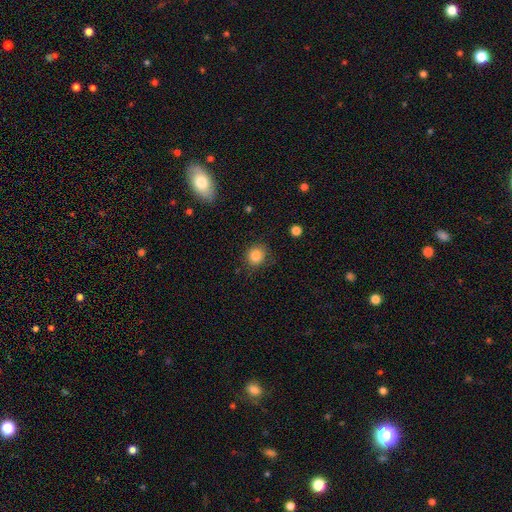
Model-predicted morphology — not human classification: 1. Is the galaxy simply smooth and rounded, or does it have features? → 84% smooth, 10% star or artifact, 6% featured or disk.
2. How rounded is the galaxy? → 83% round, 16% in between, 1% cigar-shaped.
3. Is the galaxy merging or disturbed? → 83% none, 13% minor disturbance, 3% major disturbance, 1% merger.